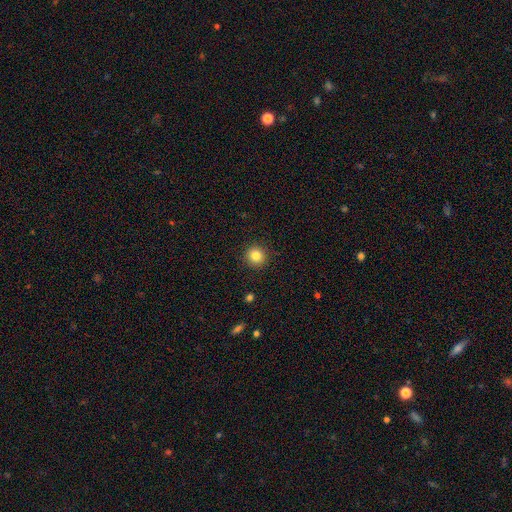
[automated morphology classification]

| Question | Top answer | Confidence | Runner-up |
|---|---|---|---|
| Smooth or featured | smooth | 84% | star or artifact (11%) |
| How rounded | round | 94% | in between (5%) |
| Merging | none | 92% | minor disturbance (5%) |